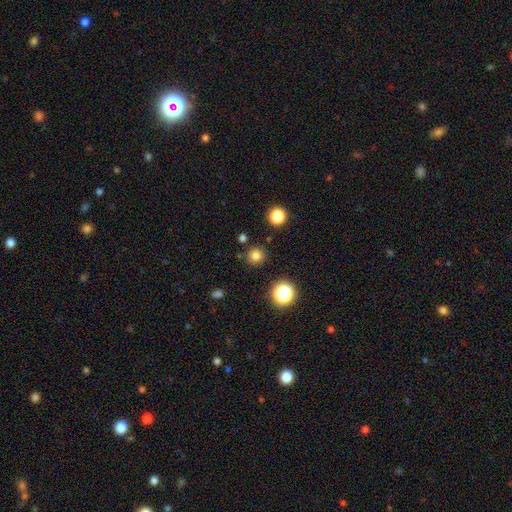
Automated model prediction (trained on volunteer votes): Smooth or featured: smooth — 79% (star or artifact — 16%)
How rounded: round — 94% (in between — 5%)
Merging: none — 89% (minor disturbance — 6%)